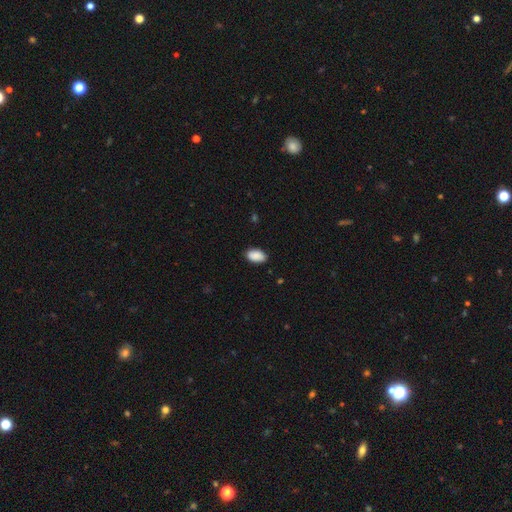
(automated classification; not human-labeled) smooth_or_featured: smooth (p=0.91) [alt: star or artifact p=0.07]
how_rounded: in between (p=0.93) [alt: round p=0.05]
merging: none (p=0.85) [alt: minor disturbance p=0.12]